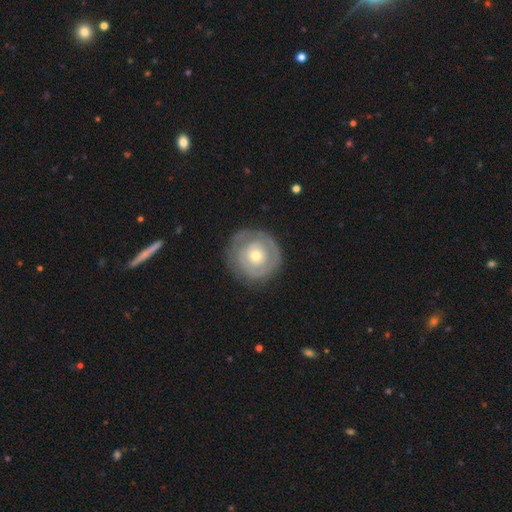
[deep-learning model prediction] featured or disk 58%, smooth 37%, star or artifact 5%. Down the decision tree: edge-on disk — no (97%); bar — no (86%); spiral arms — no (55%); bulge size — moderate (56%); merging — none (78%).